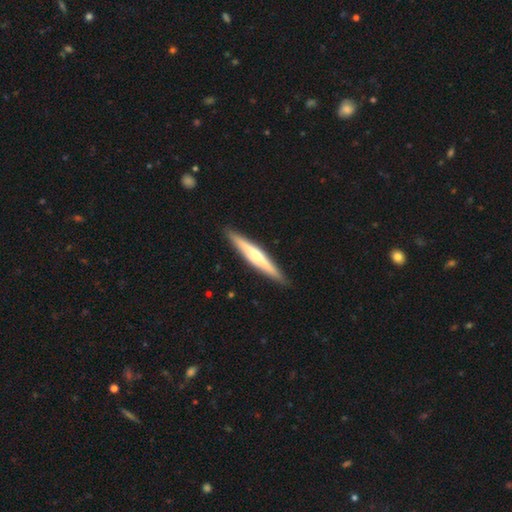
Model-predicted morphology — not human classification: Smooth or featured? Predicted: featured or disk (p=0.62). Edge-on disk? Predicted: yes (p=0.97). Edge-on bulge? Predicted: rounded (p=0.79). Merging? Predicted: none (p=0.91).